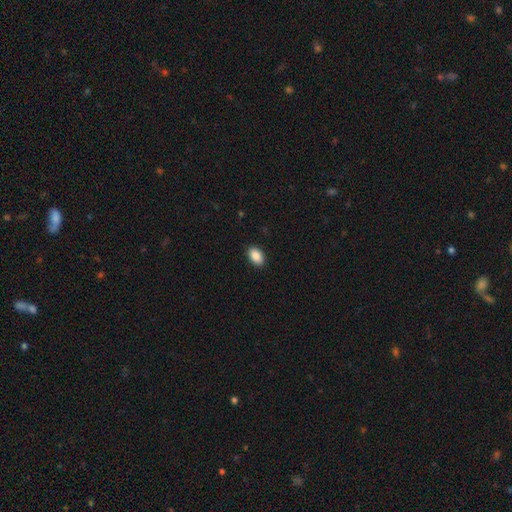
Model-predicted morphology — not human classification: A smooth galaxy with no disk features (89%) that is in between round and cigar-shaped (91%). Merging: none (90%).